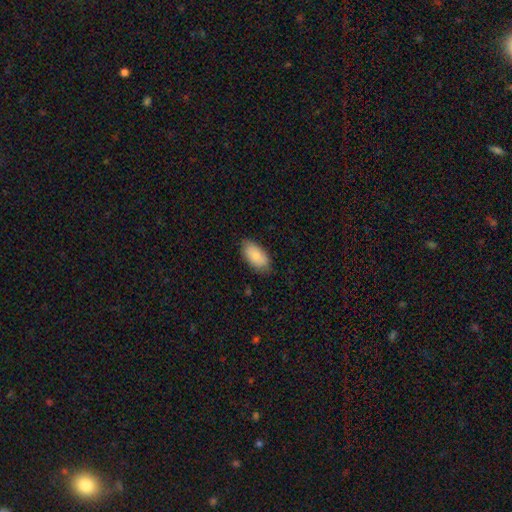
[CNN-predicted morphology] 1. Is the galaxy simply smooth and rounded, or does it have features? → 85% smooth, 10% featured or disk, 6% star or artifact.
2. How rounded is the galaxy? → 94% in between, 3% cigar-shaped, 2% round.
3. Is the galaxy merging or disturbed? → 81% none, 15% minor disturbance, 3% major disturbance, 1% merger.